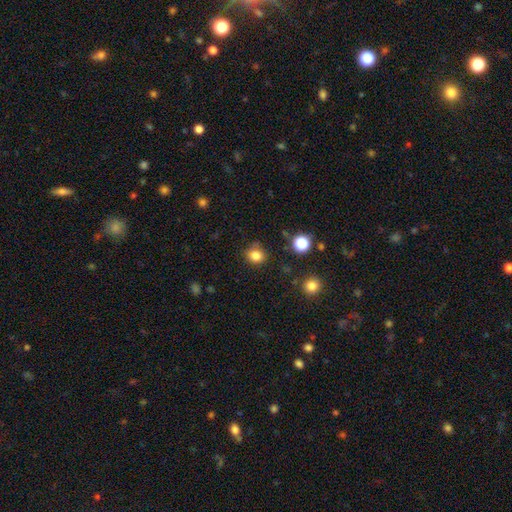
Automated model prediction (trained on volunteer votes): A smooth galaxy with no disk features (82%) that is round (76%).

Vote fractions:
- Smooth or featured? smooth: 82% / star or artifact: 13% / featured or disk: 5%
- How rounded? round: 76% / in between: 23% / cigar-shaped: 1%
- Merging? none: 80% / minor disturbance: 13% / major disturbance: 4% / merger: 3%